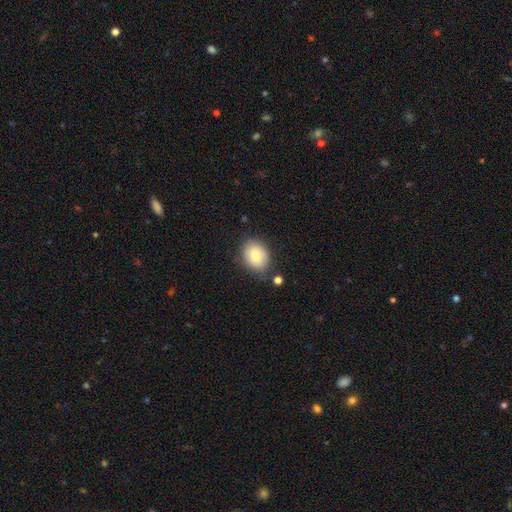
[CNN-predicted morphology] smooth_or_featured: smooth (p=0.80) [alt: featured or disk p=0.12]
how_rounded: in between (p=0.64) [alt: round p=0.35]
merging: none (p=0.75) [alt: minor disturbance p=0.17]